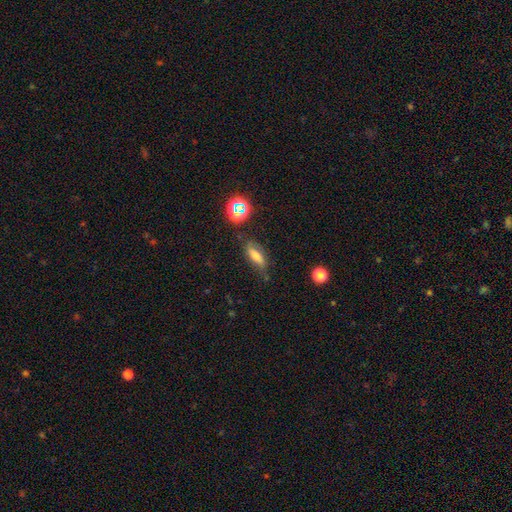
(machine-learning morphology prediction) This appears to be a smooth galaxy with no disk features (58%) that is in between round and cigar-shaped (56%). Merging: none (67%).